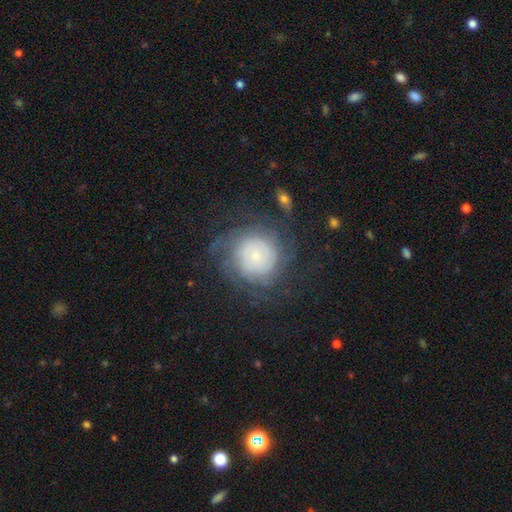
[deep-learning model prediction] featured or disk 61%, smooth 29%, star or artifact 10%. Down the decision tree: edge-on disk — no (97%); bar — no (82%); spiral arms — yes (86%); spiral arm count — can't tell (49%); spiral winding — tight (65%); bulge size — small (68%); merging — none (67%).